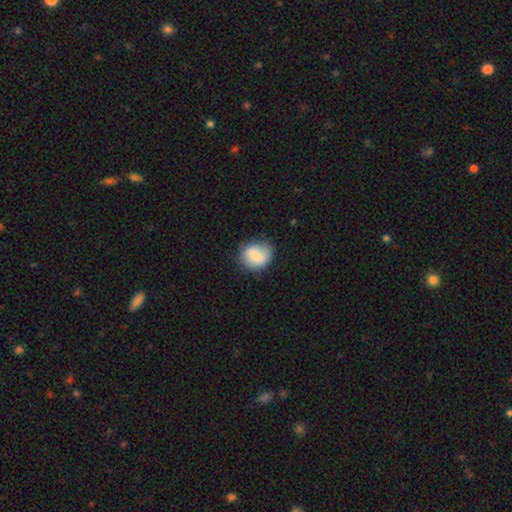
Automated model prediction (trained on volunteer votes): smooth_or_featured: smooth (p=0.81) [alt: featured or disk p=0.12]
how_rounded: round (p=0.58) [alt: in between p=0.41]
merging: none (p=0.73) [alt: minor disturbance p=0.20]